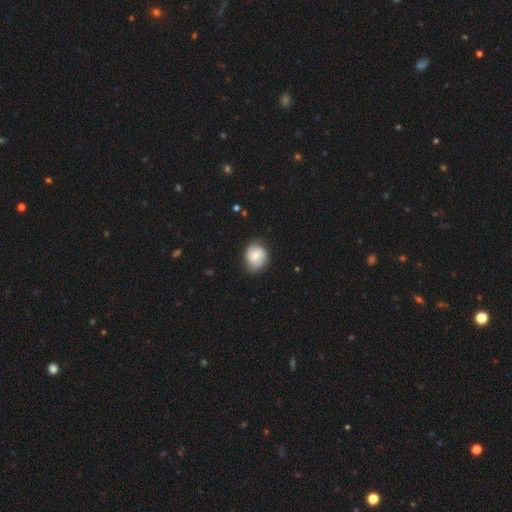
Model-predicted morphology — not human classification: Smooth or featured? Predicted: smooth (p=0.51). How rounded? Predicted: round (p=0.68). Merging? Predicted: none (p=0.76).